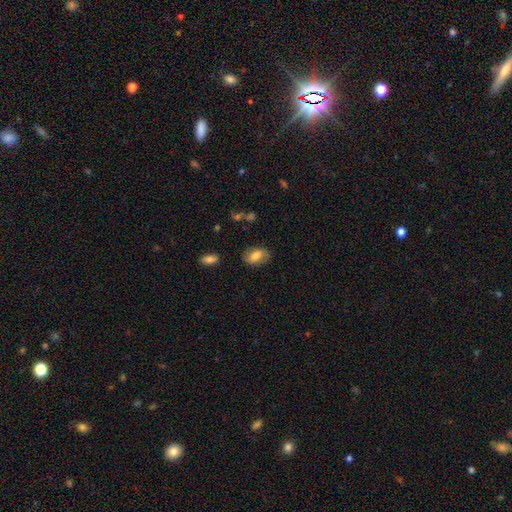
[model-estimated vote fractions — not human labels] Q: Smooth or featured?
A: smooth (68%); runner-up: featured or disk (24%)
Q: How rounded?
A: in between (87%); runner-up: round (12%)
Q: Merging?
A: none (79%); runner-up: minor disturbance (15%)